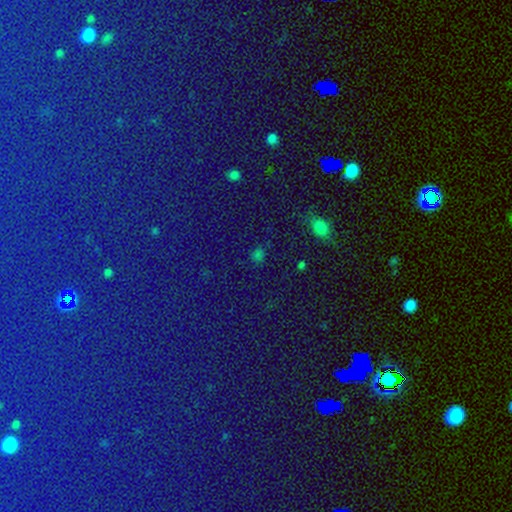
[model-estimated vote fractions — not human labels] Morphology: type=star or artifact (73%).